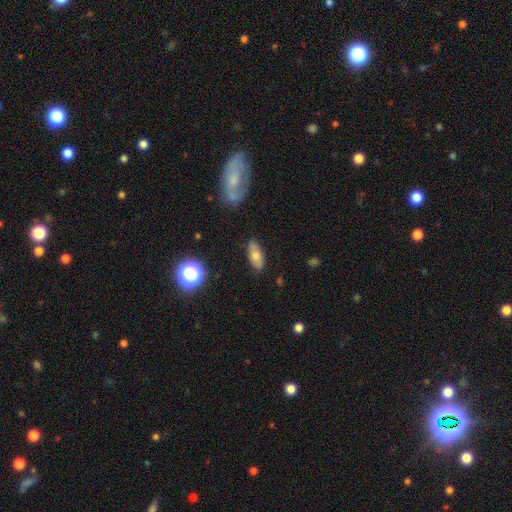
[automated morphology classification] The model was most divided on "smooth or featured": smooth: 66%, featured or disk: 24%, star or artifact: 9%. More confident: merging — none (83%); how rounded — in between (81%).